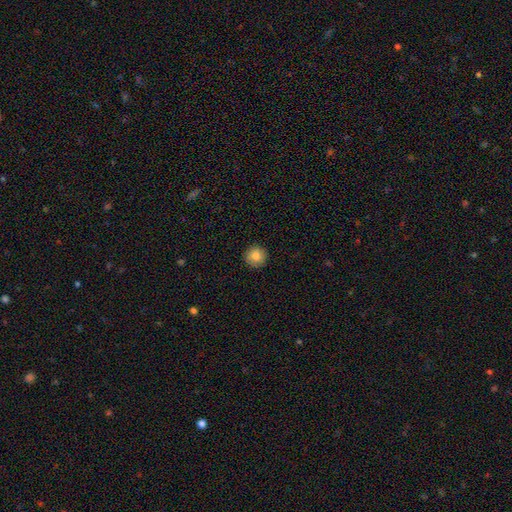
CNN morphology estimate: Smooth or featured? Predicted: smooth (p=0.84). How rounded? Predicted: round (p=0.94). Merging? Predicted: none (p=0.91).